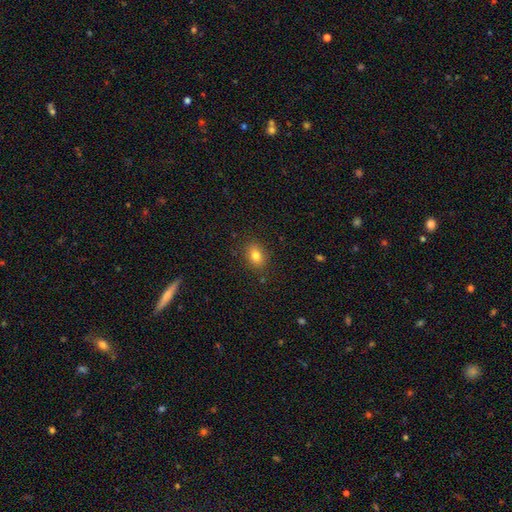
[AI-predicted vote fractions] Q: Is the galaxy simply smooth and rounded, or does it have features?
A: smooth — 81%.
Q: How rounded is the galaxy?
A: in between — 68%.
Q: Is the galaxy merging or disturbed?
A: none — 86%.